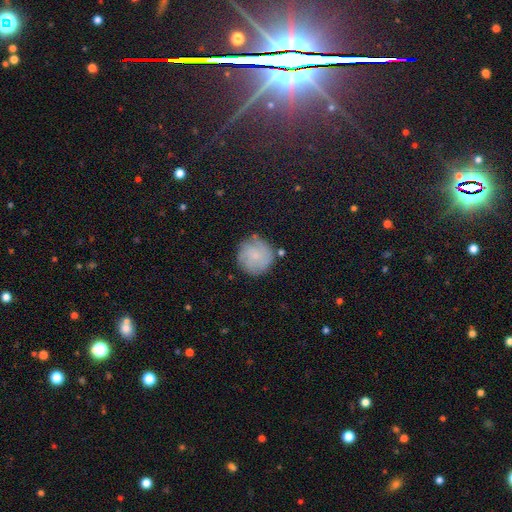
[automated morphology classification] smooth 53%, featured or disk 38%, star or artifact 10%. Down the decision tree: how rounded — round (92%); merging — none (77%).